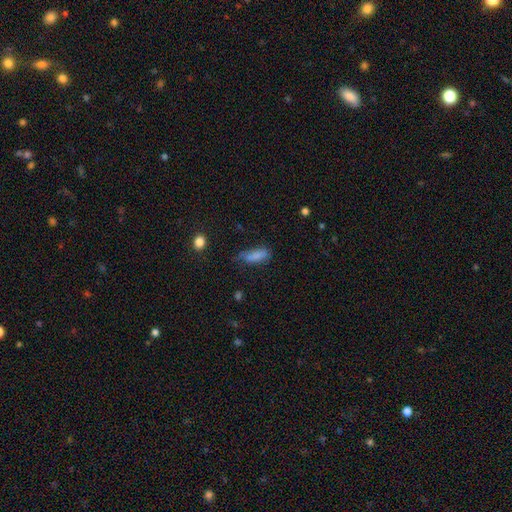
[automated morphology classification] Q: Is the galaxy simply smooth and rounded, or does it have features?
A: smooth — 81%.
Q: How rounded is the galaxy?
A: in between — 66%.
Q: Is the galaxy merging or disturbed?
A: none — 48%.